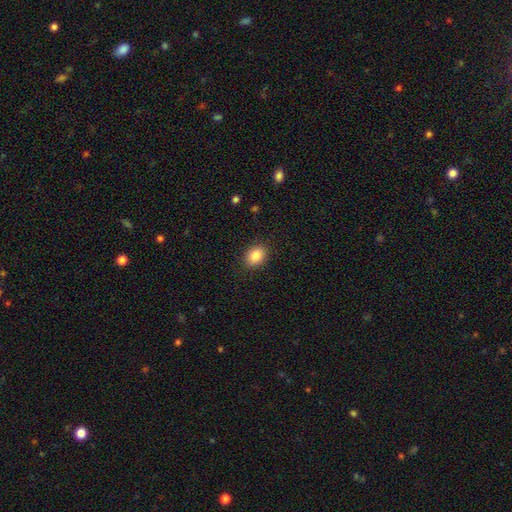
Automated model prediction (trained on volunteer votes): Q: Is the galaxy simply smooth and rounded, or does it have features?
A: smooth — 85%.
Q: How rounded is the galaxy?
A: in between — 63%.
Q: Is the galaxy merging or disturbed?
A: none — 88%.